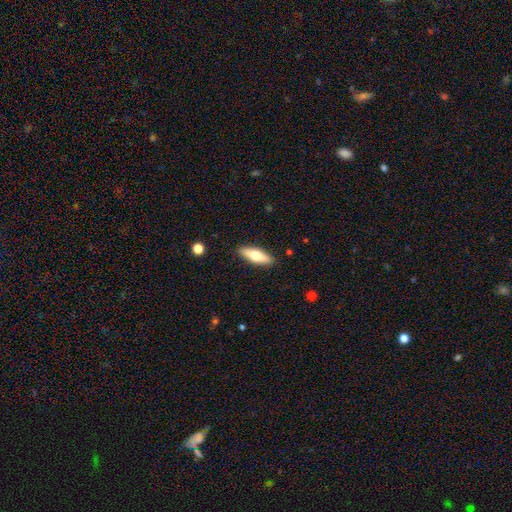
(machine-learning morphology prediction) The model was most divided on "how rounded" (2-way tie): in between: 49%, cigar-shaped: 49%, round: 2%. More confident: merging — none (89%); smooth or featured — smooth (60%).